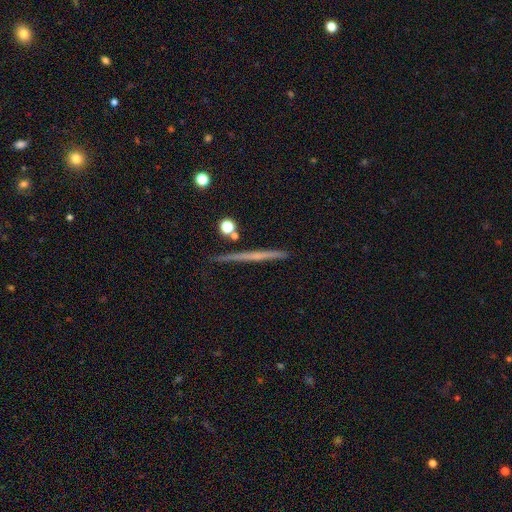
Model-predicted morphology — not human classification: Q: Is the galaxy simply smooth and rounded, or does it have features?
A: featured or disk — 57%.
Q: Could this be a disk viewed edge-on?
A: yes — 97%.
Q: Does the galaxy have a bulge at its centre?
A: none — 83%.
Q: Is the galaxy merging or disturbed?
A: none — 88%.